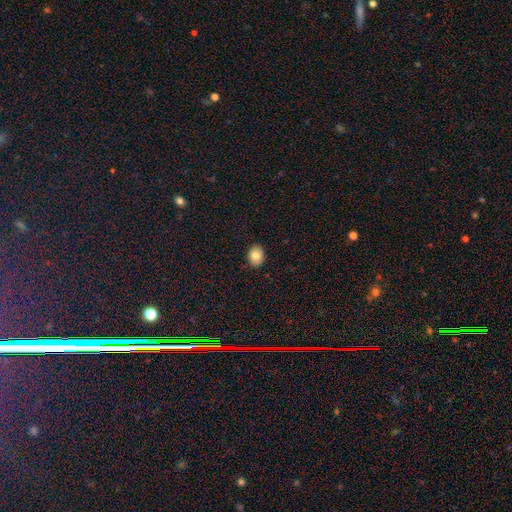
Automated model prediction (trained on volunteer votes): smooth-or-featured: smooth: 82% | featured or disk: 10% | star or artifact: 8%
  how-rounded: in between: 65% | round: 34% | cigar-shaped: 1%
  merging: none: 90% | minor disturbance: 7% | major disturbance: 2% | merger: 1%